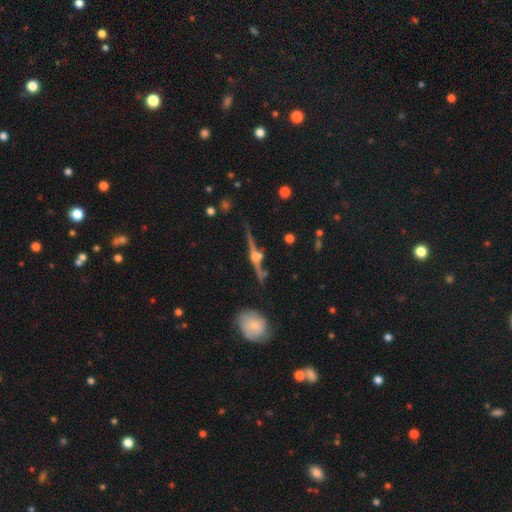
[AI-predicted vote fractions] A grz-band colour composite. It shows a featured or disk galaxy (81%) viewed edge-on (94%) with a rounded central bulge (85%). Merging: none (72%).